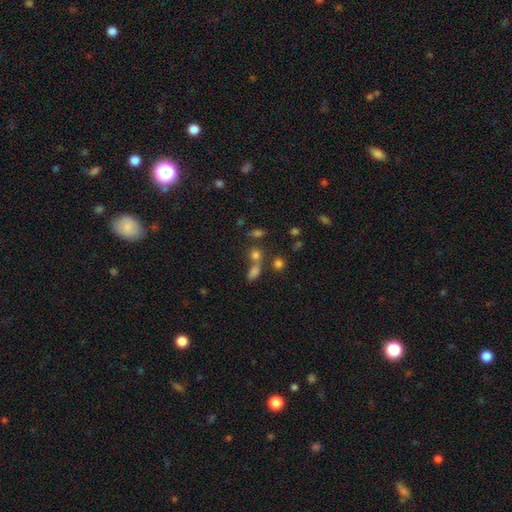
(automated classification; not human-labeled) smooth_or_featured: smooth (p=0.61) [alt: star or artifact p=0.28]
how_rounded: round (p=0.55) [alt: in between p=0.40]
merging: none (p=0.52) [alt: merger p=0.33]